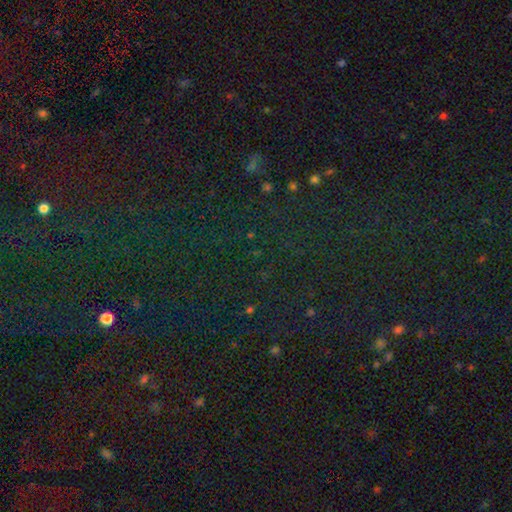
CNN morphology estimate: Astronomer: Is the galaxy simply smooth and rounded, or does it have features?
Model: star or artifact — 79%.